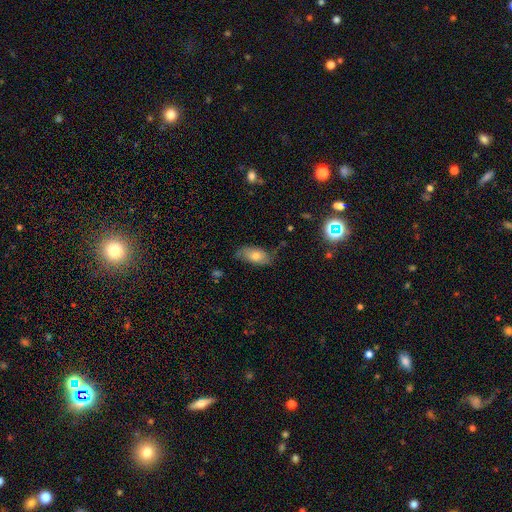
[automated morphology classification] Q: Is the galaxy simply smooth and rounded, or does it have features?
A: smooth — 68%.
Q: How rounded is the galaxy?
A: in between — 90%.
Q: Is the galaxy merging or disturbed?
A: none — 66%.